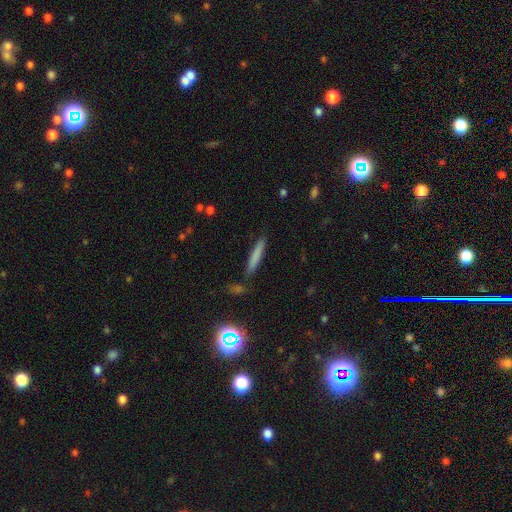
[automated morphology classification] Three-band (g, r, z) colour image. It shows a smooth galaxy with no disk features (75%) that is cigar-shaped (93%). Merging: none (83%).